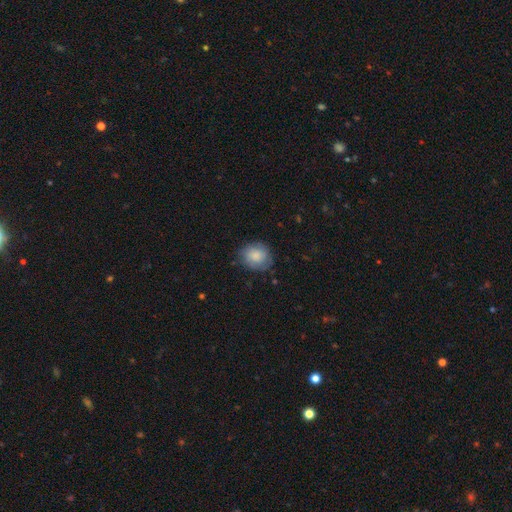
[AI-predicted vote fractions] Morphology: type=smooth (81%); roundness=round (71%); merging=none (77%).